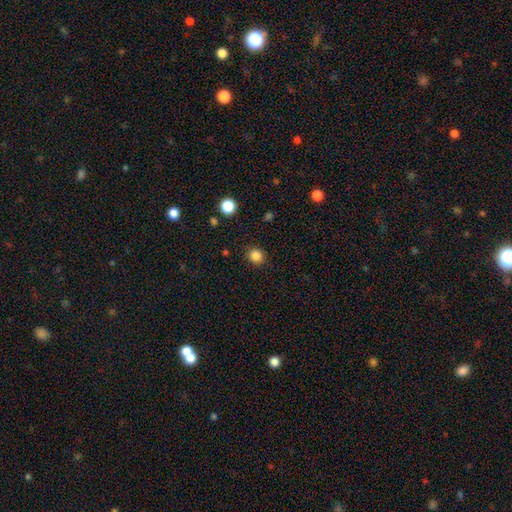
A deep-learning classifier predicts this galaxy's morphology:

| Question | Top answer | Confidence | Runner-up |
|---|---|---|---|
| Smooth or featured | smooth | 85% | star or artifact (12%) |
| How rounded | round | 81% | in between (18%) |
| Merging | none | 89% | minor disturbance (8%) |